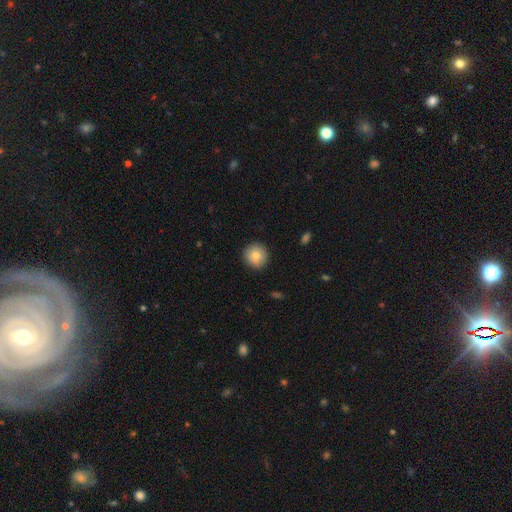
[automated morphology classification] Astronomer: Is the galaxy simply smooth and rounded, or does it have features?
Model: smooth — 81%.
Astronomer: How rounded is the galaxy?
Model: round — 95%.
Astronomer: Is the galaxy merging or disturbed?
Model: none — 90%.